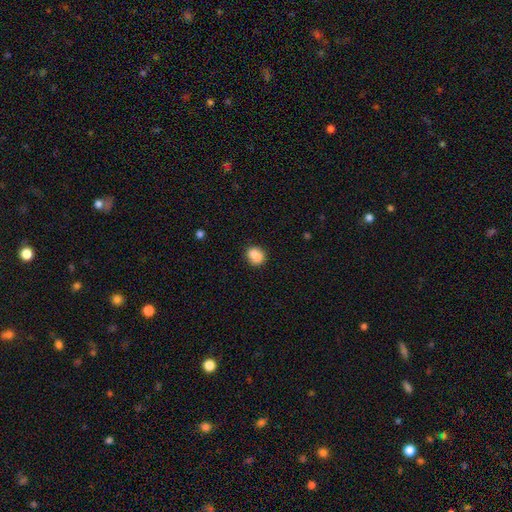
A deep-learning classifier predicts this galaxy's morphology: Smooth or featured: smooth — 81% (featured or disk — 10%)
How rounded: round — 66% (in between — 33%)
Merging: none — 54% (merger — 28%)